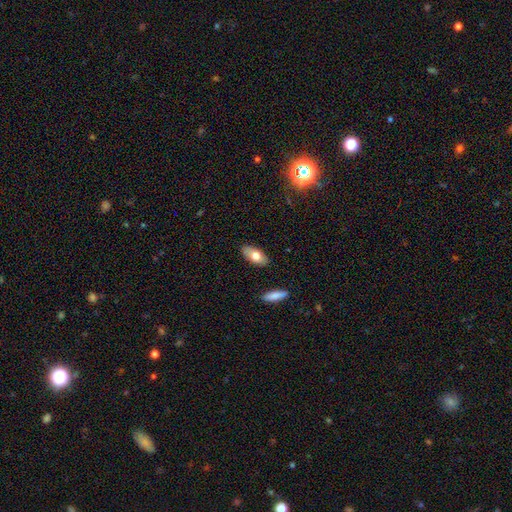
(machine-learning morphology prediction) Overall: smooth (73%). How rounded: in between (89%). Merging: none (87%).